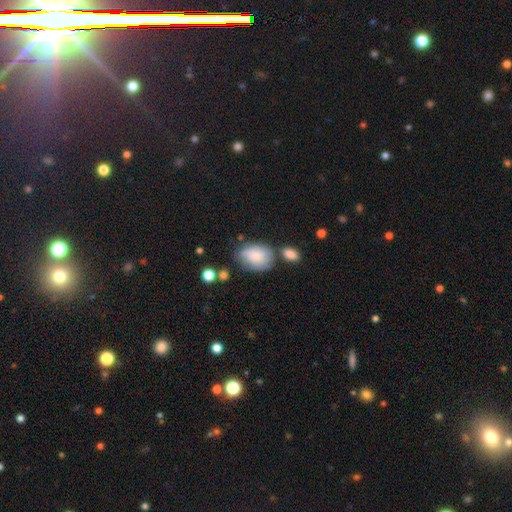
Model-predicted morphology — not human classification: type=smooth (74%); roundness=in between (79%); merging=none (49%).